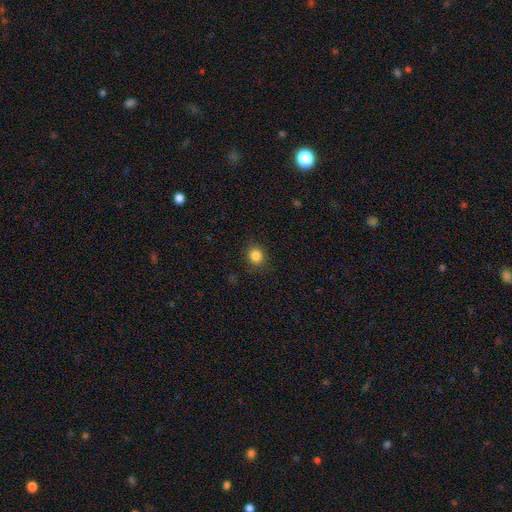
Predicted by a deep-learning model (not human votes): smooth_or_featured: smooth (p=0.84) [alt: star or artifact p=0.11]
how_rounded: round (p=0.82) [alt: in between p=0.17]
merging: none (p=0.89) [alt: minor disturbance p=0.08]